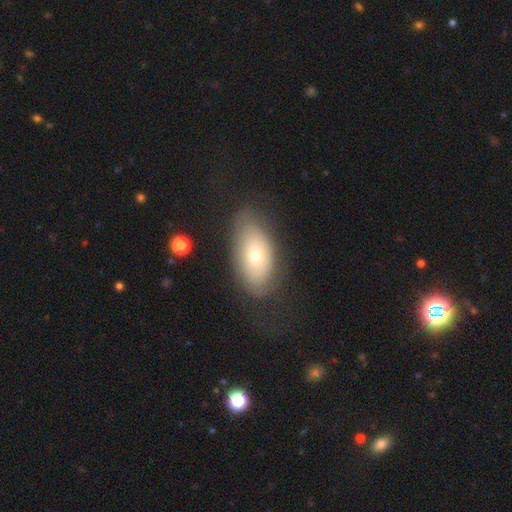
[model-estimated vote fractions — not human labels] smooth-or-featured: smooth: 61% | featured or disk: 30% | star or artifact: 8%
  how-rounded: in between: 90% | round: 6% | cigar-shaped: 4%
  merging: none: 68% | minor disturbance: 20% | major disturbance: 11% | merger: 2%